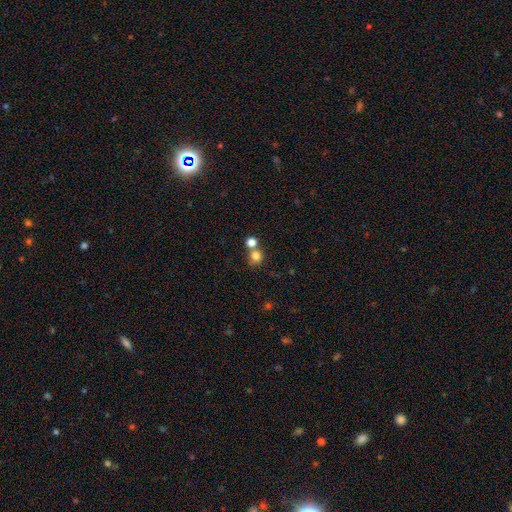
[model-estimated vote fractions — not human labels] Q: Smooth or featured?
A: smooth (79%); runner-up: star or artifact (13%)
Q: How rounded?
A: round (85%); runner-up: in between (14%)
Q: Merging?
A: none (53%); runner-up: merger (35%)